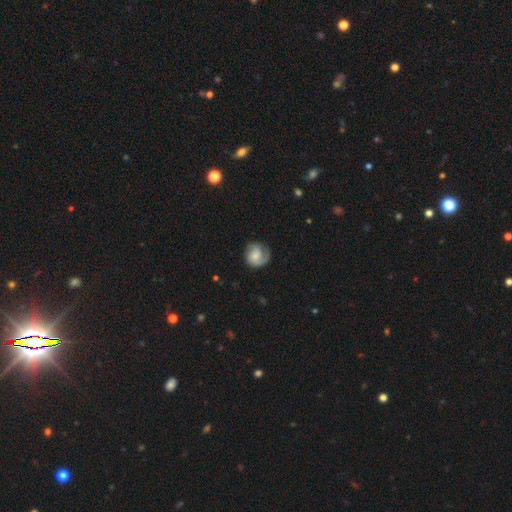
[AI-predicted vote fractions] smooth_or_featured: featured or disk (p=0.57) [alt: smooth p=0.36]
disk_edge_on: no (p=0.98) [alt: yes p=0.02]
bar: no (p=0.64) [alt: weak p=0.31]
has_spiral_arms: yes (p=0.92) [alt: no p=0.08]
spiral_winding: tight (p=0.42) [alt: medium p=0.40]
spiral_arm_count: 2 (p=0.51) [alt: 1 p=0.28]
bulge_size: small (p=0.42) [alt: moderate p=0.33]
merging: none (p=0.68) [alt: minor disturbance p=0.21]